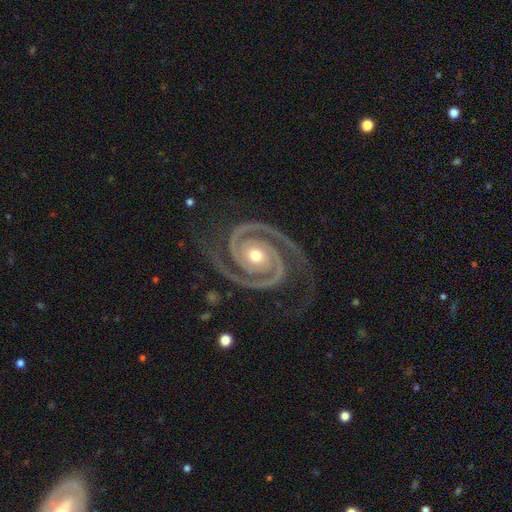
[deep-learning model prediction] This appears to be a featured or disk galaxy (95%) with no bar (73%), 2 (94%) tight (68%) spiral arms (99%) and a moderate central bulge (68%). Merging: none (84%).